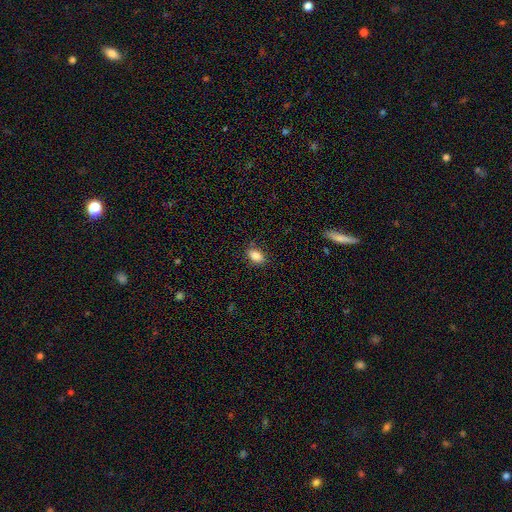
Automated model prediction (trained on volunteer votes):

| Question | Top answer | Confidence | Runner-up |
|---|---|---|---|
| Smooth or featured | smooth | 86% | star or artifact (9%) |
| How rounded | in between | 82% | round (16%) |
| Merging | none | 84% | minor disturbance (12%) |